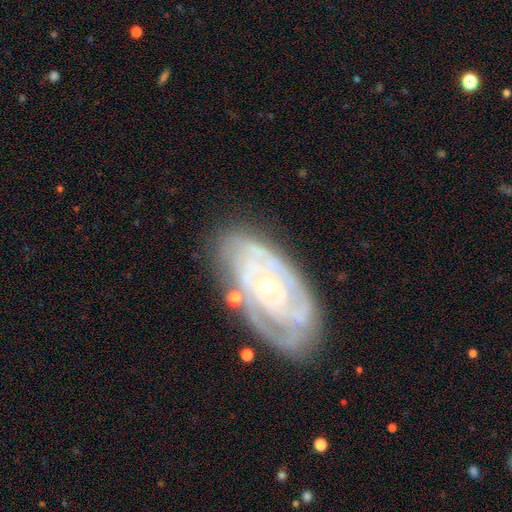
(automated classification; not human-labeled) smooth_or_featured: featured or disk (p=0.82) [alt: smooth p=0.12]
disk_edge_on: no (p=0.93) [alt: yes p=0.07]
bar: no (p=0.69) [alt: weak p=0.22]
has_spiral_arms: yes (p=0.86) [alt: no p=0.14]
spiral_winding: tight (p=0.72) [alt: medium p=0.22]
spiral_arm_count: can't tell (p=0.39) [alt: 2 p=0.28]
bulge_size: small (p=0.54) [alt: moderate p=0.41]
merging: none (p=0.67) [alt: minor disturbance p=0.20]